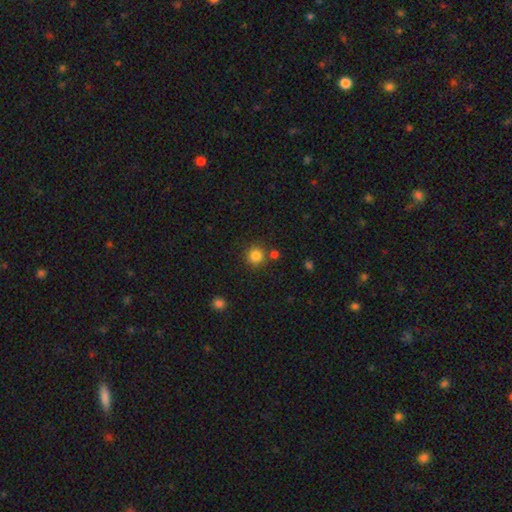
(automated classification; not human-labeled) smooth 84%, star or artifact 12%, featured or disk 5%. Down the decision tree: how rounded — round (94%); merging — none (81%).